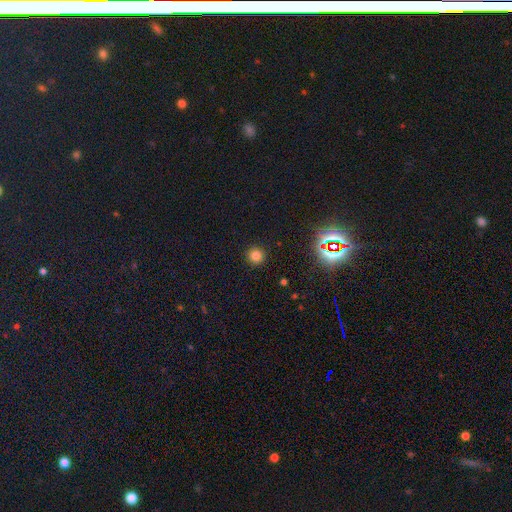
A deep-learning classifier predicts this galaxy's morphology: Smooth or featured? smooth (79%)
How rounded? round (94%)
Merging? none (91%)